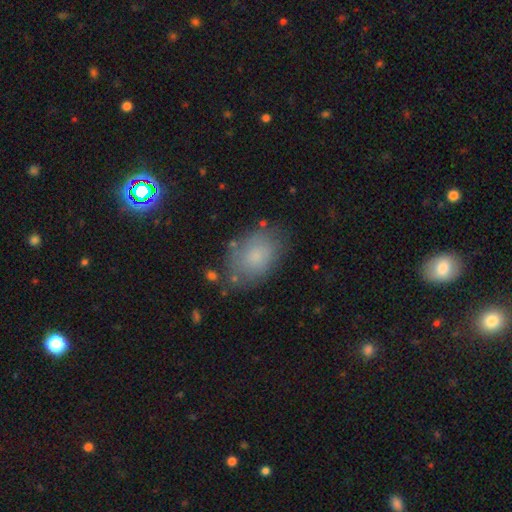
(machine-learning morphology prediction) Smooth or featured: smooth — 72% (featured or disk — 16%)
How rounded: in between — 80% (round — 19%)
Merging: none — 74% (minor disturbance — 17%)